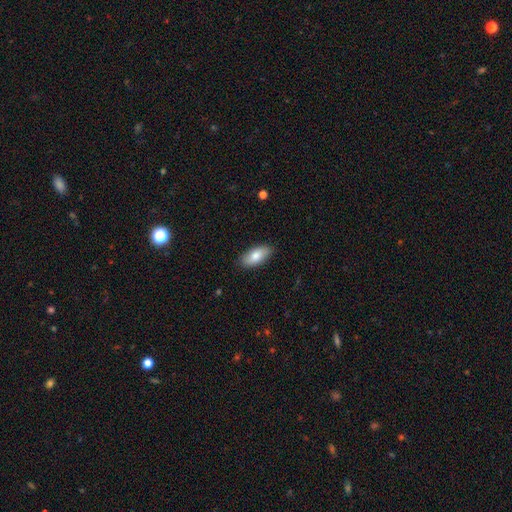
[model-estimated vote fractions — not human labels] Q: Smooth or featured?
A: smooth (79%); runner-up: featured or disk (15%)
Q: How rounded?
A: in between (89%); runner-up: cigar-shaped (8%)
Q: Merging?
A: none (87%); runner-up: minor disturbance (10%)